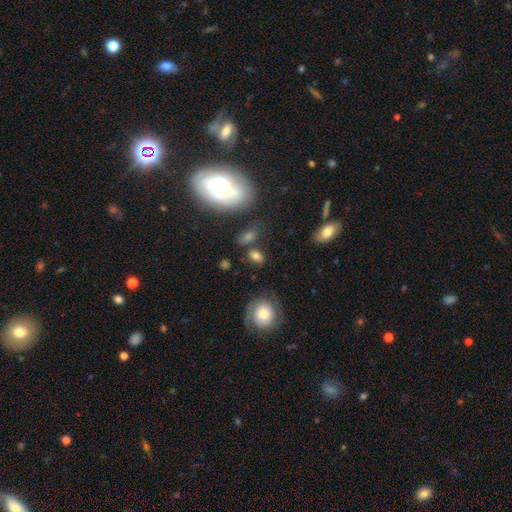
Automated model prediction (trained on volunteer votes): smooth_or_featured: smooth (p=0.75) [alt: star or artifact p=0.13]
how_rounded: in between (p=0.77) [alt: round p=0.20]
merging: none (p=0.67) [alt: minor disturbance p=0.15]